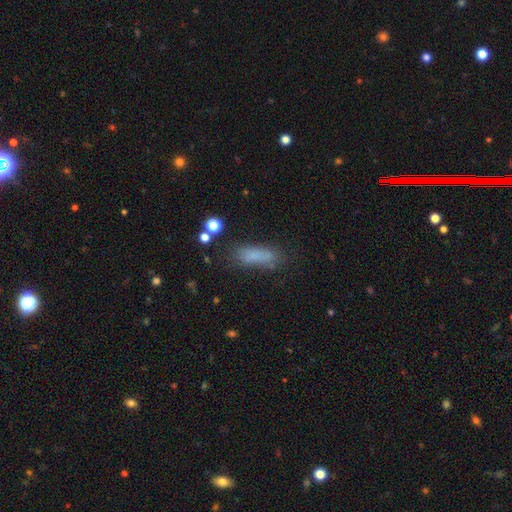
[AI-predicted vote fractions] Smooth or featured?
  - smooth: 72% *
  - star or artifact: 14%
  - featured or disk: 13%
How rounded?
  - in between: 52% *
  - cigar-shaped: 45%
  - round: 4%
Merging?
  - none: 62% *
  - minor disturbance: 22%
  - major disturbance: 11%
  - merger: 6%